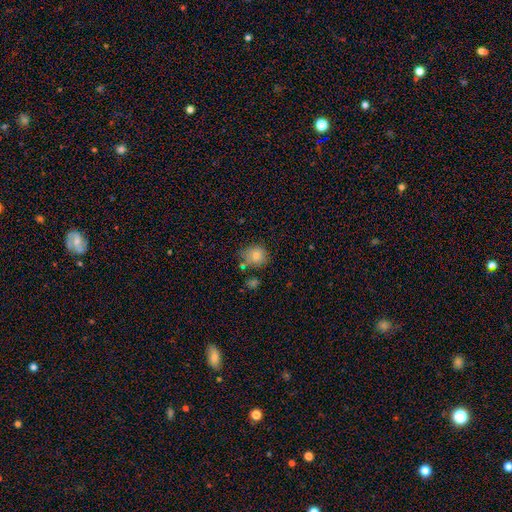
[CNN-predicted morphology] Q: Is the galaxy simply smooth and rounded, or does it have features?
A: smooth — 79%.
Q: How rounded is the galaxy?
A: round — 72%.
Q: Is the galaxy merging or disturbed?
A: none — 62%.